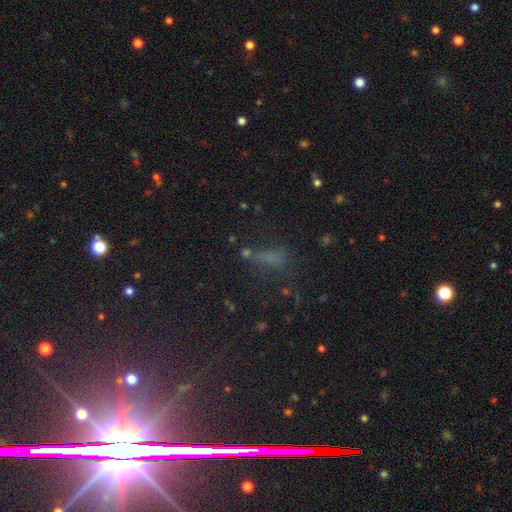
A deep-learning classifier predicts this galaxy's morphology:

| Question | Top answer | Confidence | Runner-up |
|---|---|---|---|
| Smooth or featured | smooth | 48% | star or artifact (38%) |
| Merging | none | 49% | major disturbance (21%) |